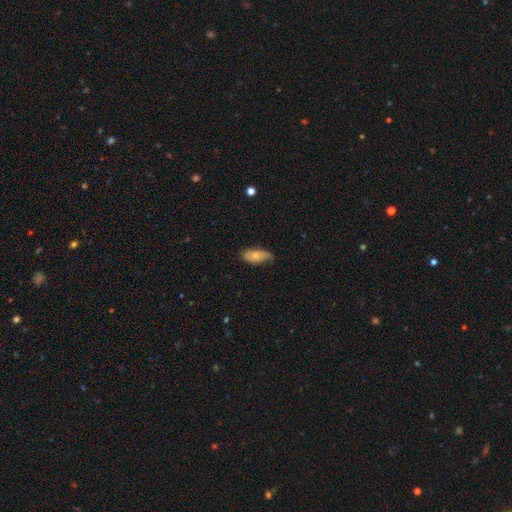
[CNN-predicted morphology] Q: Smooth or featured?
A: smooth (70%); runner-up: featured or disk (23%)
Q: How rounded?
A: in between (86%); runner-up: cigar-shaped (11%)
Q: Merging?
A: none (62%); runner-up: minor disturbance (31%)